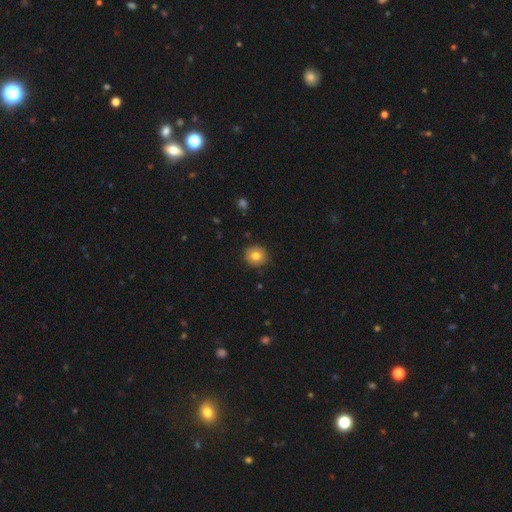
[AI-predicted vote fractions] Morphology: type=smooth (80%); roundness=round (89%); merging=none (89%).